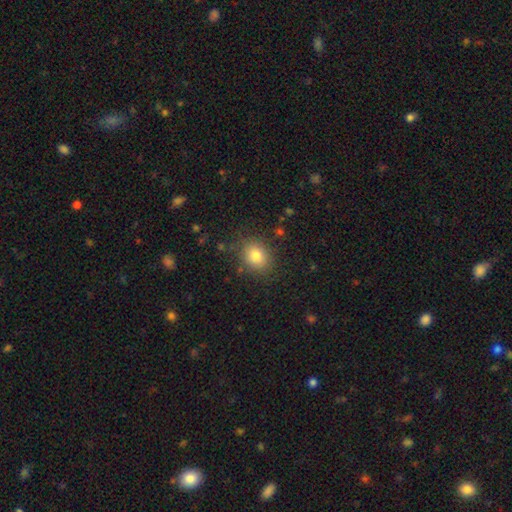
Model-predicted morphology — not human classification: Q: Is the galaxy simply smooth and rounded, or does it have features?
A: smooth — 80%.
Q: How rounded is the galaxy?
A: round — 60%.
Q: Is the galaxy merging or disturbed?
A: none — 84%.